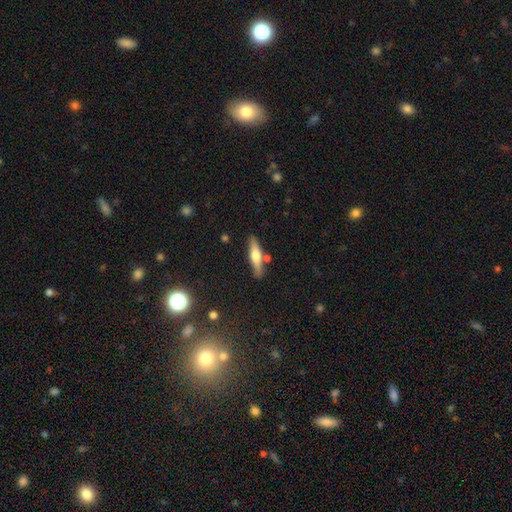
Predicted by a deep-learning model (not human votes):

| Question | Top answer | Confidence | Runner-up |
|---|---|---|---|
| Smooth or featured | smooth | 52% | featured or disk (41%) |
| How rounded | cigar-shaped | 71% | in between (27%) |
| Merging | none | 78% | minor disturbance (11%) |